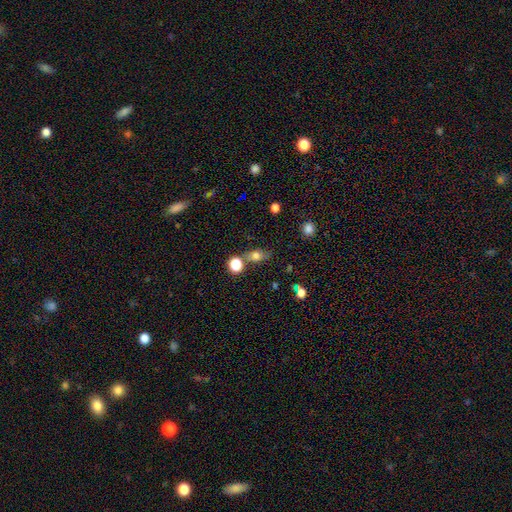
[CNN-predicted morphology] This appears to be a smooth galaxy with no disk features (72%) that is in between round and cigar-shaped (58%). Merging: none (65%).